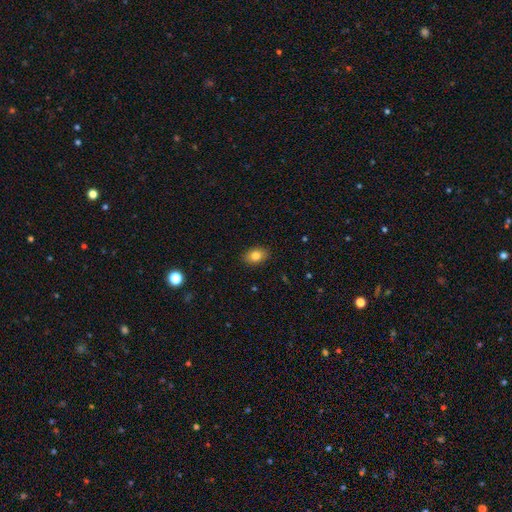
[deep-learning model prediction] This appears to be a smooth galaxy with no disk features (81%) that is in between round and cigar-shaped (78%). Merging: none (89%).